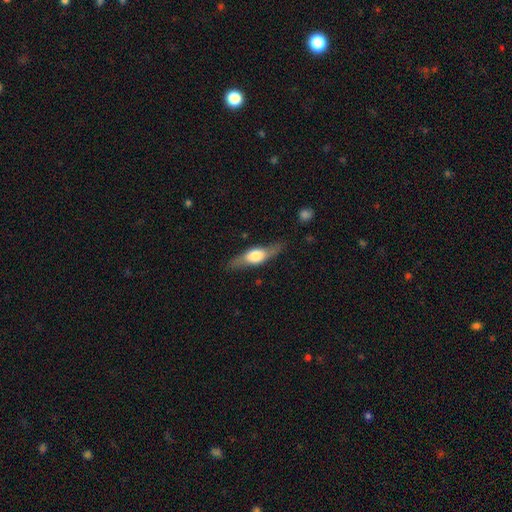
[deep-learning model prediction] Overall: featured or disk (58%; smooth 37%). Edge-on disk: yes (87%). Merging: none (79%).